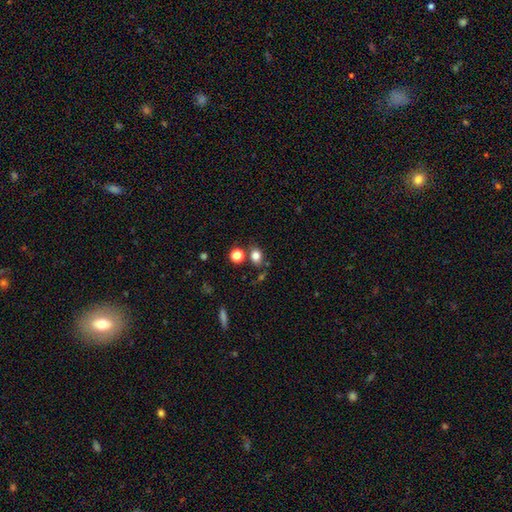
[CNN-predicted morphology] Q: Smooth or featured?
A: smooth (80%); runner-up: star or artifact (13%)
Q: How rounded?
A: round (54%); runner-up: in between (45%)
Q: Merging?
A: none (72%); runner-up: merger (12%)